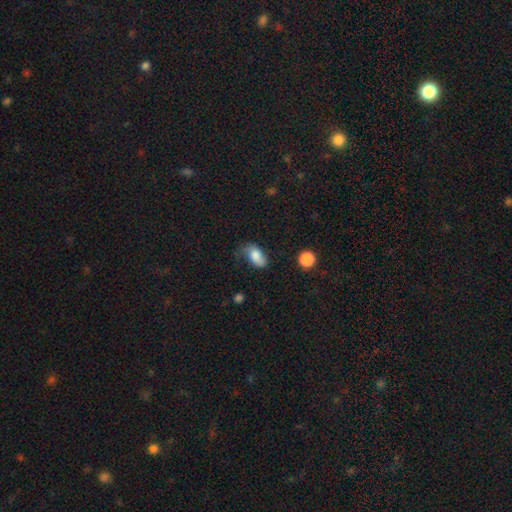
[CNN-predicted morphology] smooth-or-featured: smooth: 71% | featured or disk: 20% | star or artifact: 8%
  how-rounded: in between: 90% | round: 6% | cigar-shaped: 3%
  merging: none: 44% | minor disturbance: 35% | major disturbance: 19% | merger: 3%